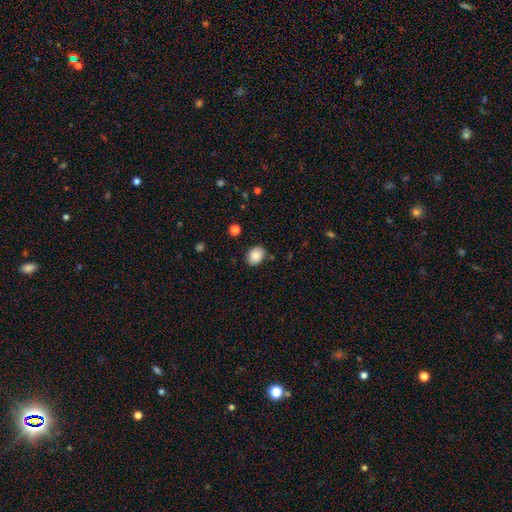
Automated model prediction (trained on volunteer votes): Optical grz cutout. It shows a smooth galaxy with no disk features (85%) that is in between round and cigar-shaped (58%). Merging: none (83%).